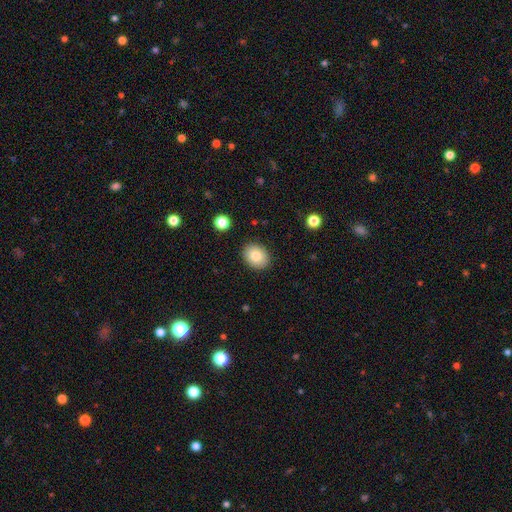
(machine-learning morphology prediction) smooth_or_featured: smooth (p=0.84) [alt: featured or disk p=0.08]
how_rounded: in between (p=0.54) [alt: round p=0.45]
merging: none (p=0.89) [alt: minor disturbance p=0.08]